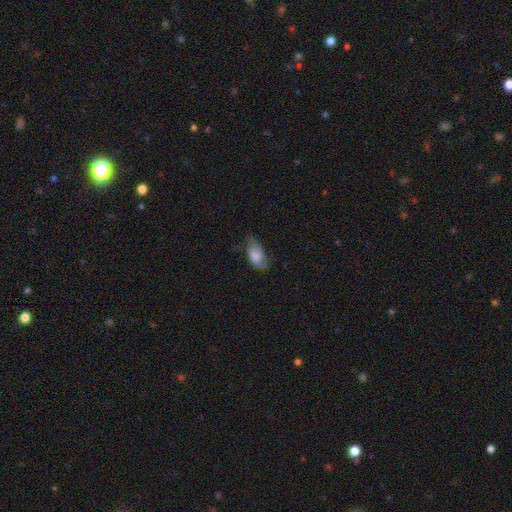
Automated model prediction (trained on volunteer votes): Q: Smooth or featured?
A: smooth (69%); runner-up: featured or disk (24%)
Q: How rounded?
A: in between (91%); runner-up: round (5%)
Q: Merging?
A: none (48%); runner-up: minor disturbance (36%)